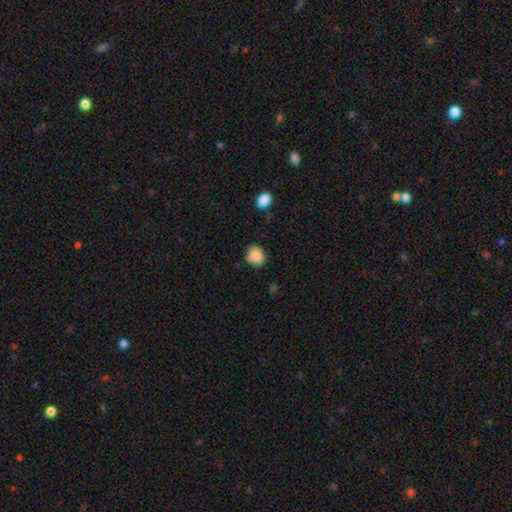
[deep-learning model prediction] smooth_or_featured: smooth (p=0.87) [alt: star or artifact p=0.09]
how_rounded: round (p=0.66) [alt: in between p=0.33]
merging: none (p=0.76) [alt: minor disturbance p=0.18]